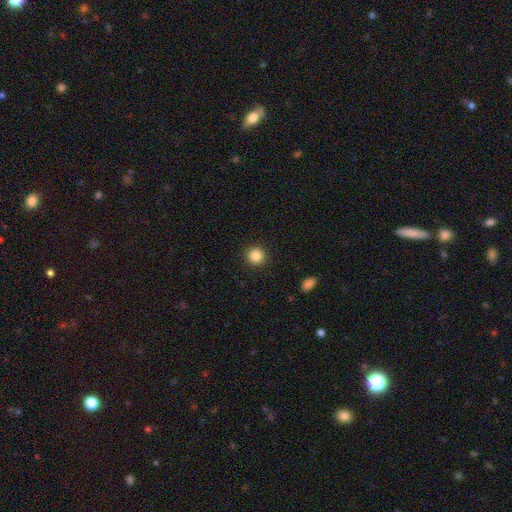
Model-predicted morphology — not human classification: Smooth or featured? smooth (86%)
How rounded? round (95%)
Merging? none (92%)